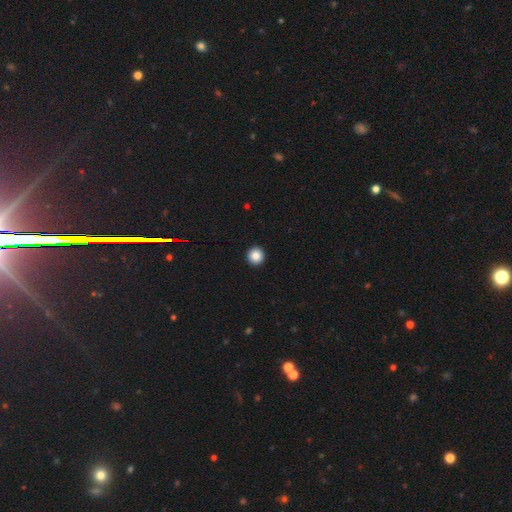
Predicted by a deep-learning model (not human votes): Overall: smooth (86%). How rounded: round (95%). Merging: none (94%).